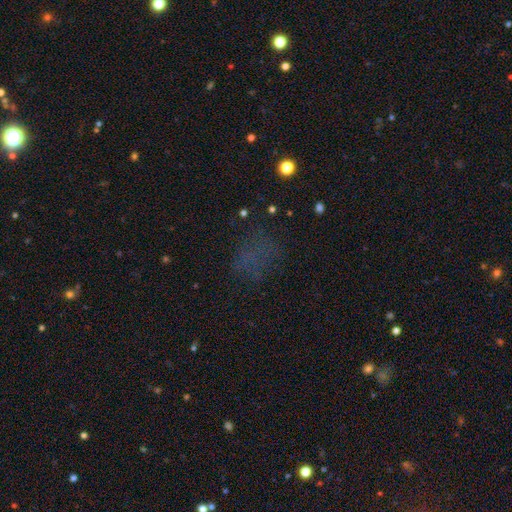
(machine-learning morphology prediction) This appears to be a smooth galaxy with no disk features (46%). Merging: none (71%).